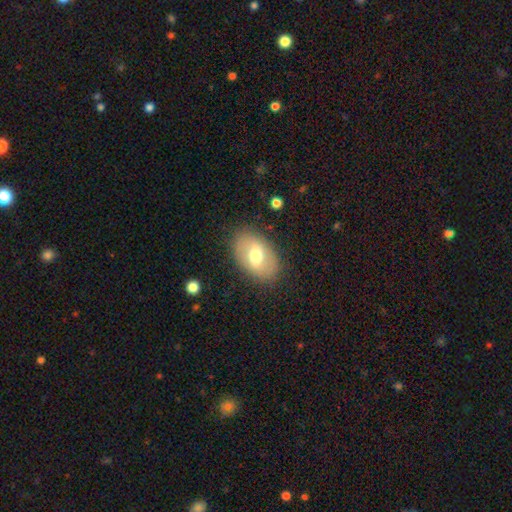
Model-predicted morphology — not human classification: Overall: smooth (55%; featured or disk 38%). How rounded: in between (86%). Merging: none (83%).